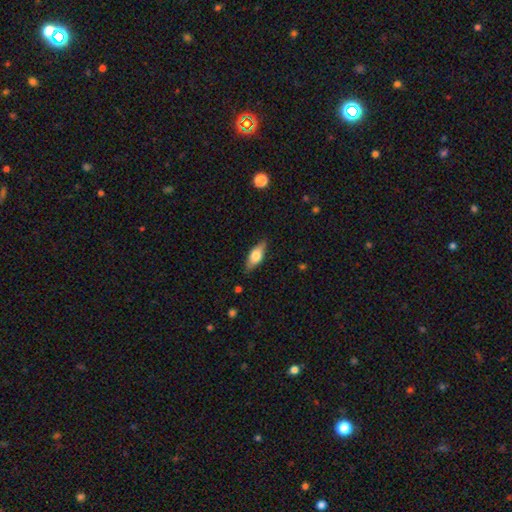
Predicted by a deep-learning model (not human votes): Smooth or featured: smooth — 60% (featured or disk — 33%)
How rounded: in between — 74% (cigar-shaped — 22%)
Merging: none — 84% (minor disturbance — 13%)